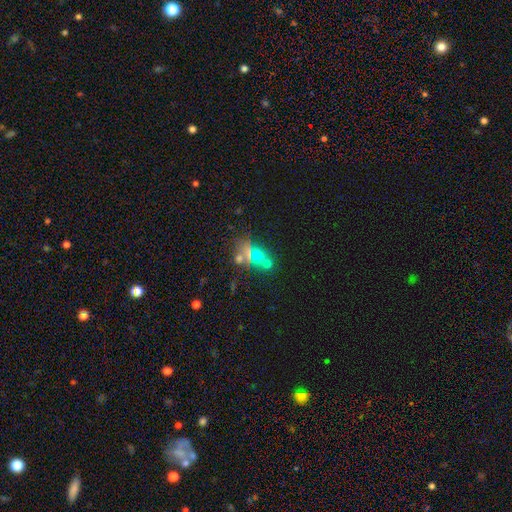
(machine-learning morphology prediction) Smooth or featured: smooth — 42% (star or artifact — 34%)
Merging: none — 43% (merger — 35%)